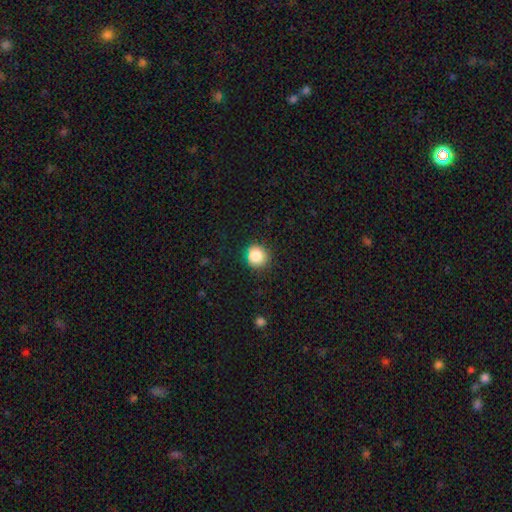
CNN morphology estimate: smooth 85%, star or artifact 10%, featured or disk 5%. Down the decision tree: how rounded — round (91%); merging — none (87%).